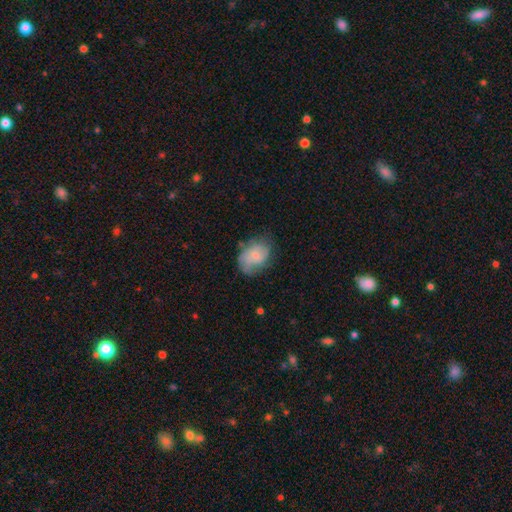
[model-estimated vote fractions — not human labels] A smooth galaxy with no disk features (52%) that is in between round and cigar-shaped (67%). Merging: none (53%).